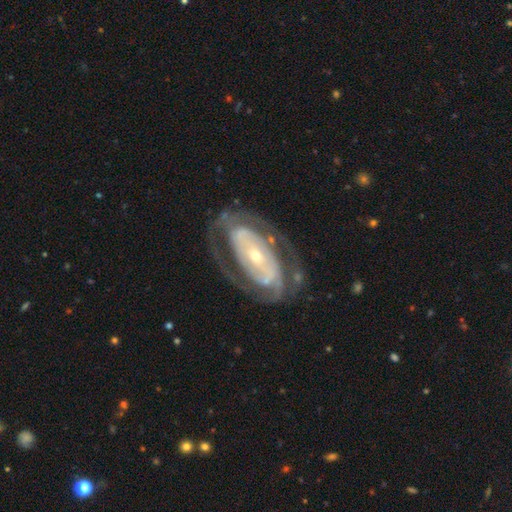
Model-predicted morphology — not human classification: This is clearly a featured or disk galaxy (84%). It is clearly not viewed edge-on (94%). Bar: possibly no (50%). Spiral arm pattern: clearly yes (81%). Spiral arm count: possibly 2 (52%). Spiral winding: possibly tight (58%). Central bulge: likely small (66%). Merging: likely none (67%).